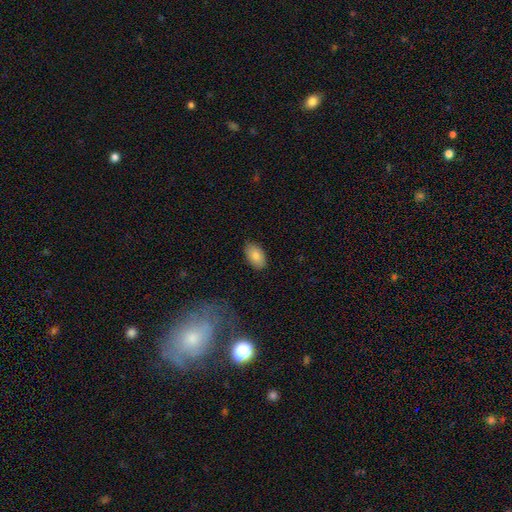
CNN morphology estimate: Smooth or featured: smooth — 83% (featured or disk — 9%)
How rounded: in between — 94% (round — 5%)
Merging: none — 86% (minor disturbance — 11%)